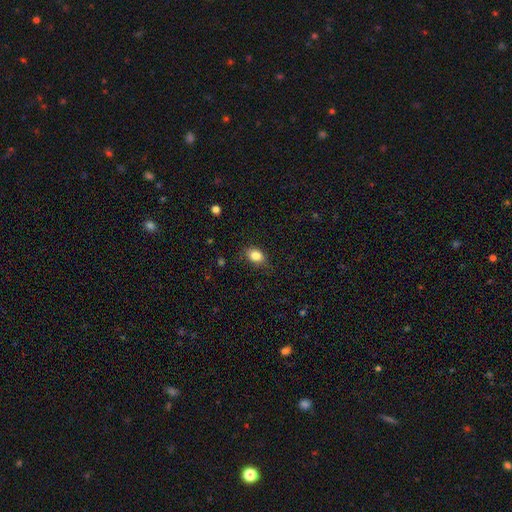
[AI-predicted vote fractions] The model was most divided on "how rounded": in between: 71%, round: 28%, cigar-shaped: 1%. More confident: smooth or featured — smooth (84%); merging — none (76%).